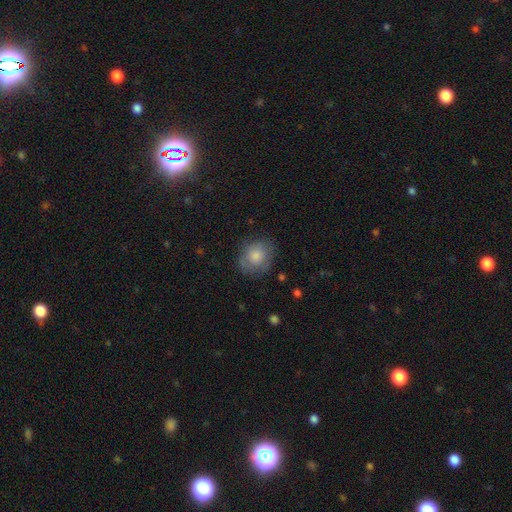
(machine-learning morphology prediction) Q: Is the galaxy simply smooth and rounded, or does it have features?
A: smooth — 77%.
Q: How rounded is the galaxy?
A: round — 69%.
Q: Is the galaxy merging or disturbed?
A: none — 69%.